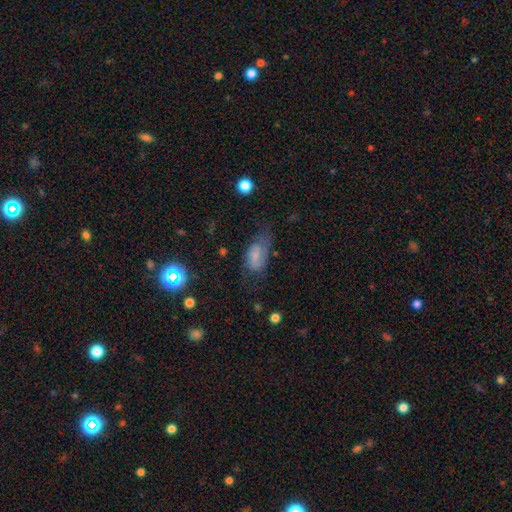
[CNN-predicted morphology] Smooth or featured: smooth — 53% (featured or disk — 34%)
How rounded: in between — 89% (round — 7%)
Merging: none — 40% (minor disturbance — 30%)